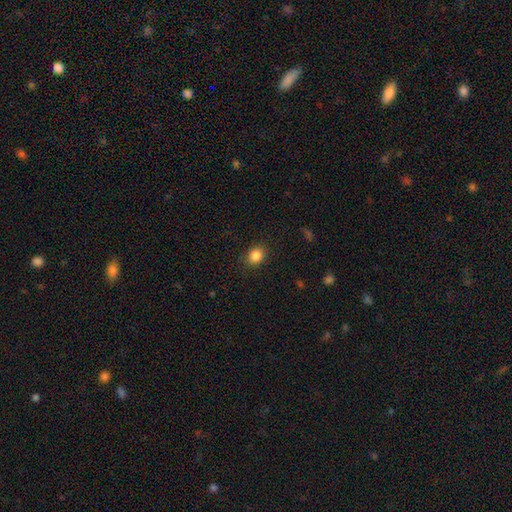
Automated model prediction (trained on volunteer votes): Smooth or featured? smooth (85%)
How rounded? round (56%)
Merging? none (87%)